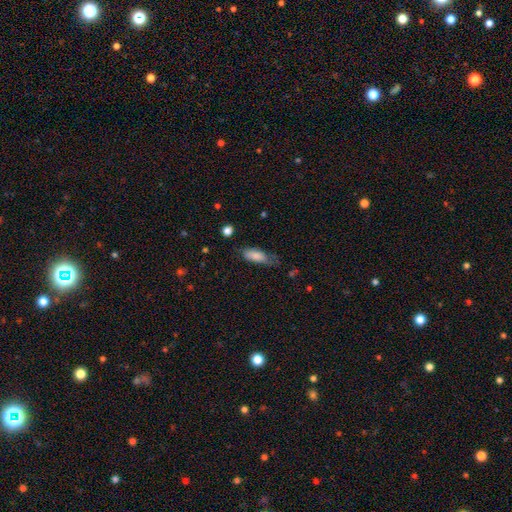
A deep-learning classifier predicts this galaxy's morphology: Q: Smooth or featured?
A: smooth (81%); runner-up: featured or disk (12%)
Q: How rounded?
A: in between (75%); runner-up: cigar-shaped (23%)
Q: Merging?
A: none (48%); runner-up: minor disturbance (35%)